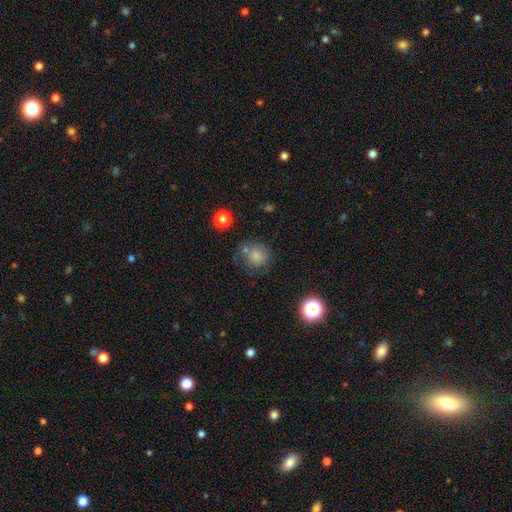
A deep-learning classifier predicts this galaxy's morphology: smooth 77%, star or artifact 13%, featured or disk 10%. Down the decision tree: how rounded — round (87%); merging — none (62%).